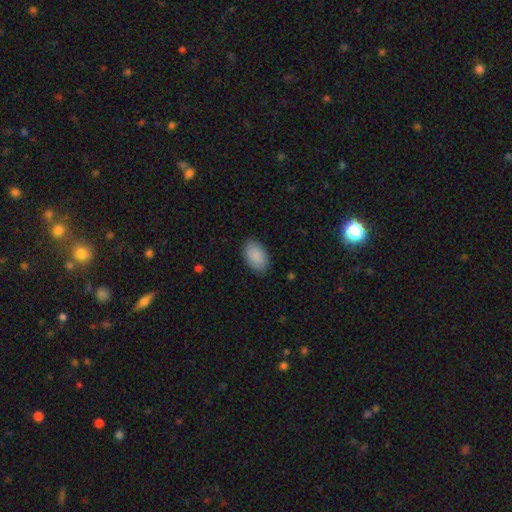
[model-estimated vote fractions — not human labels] A smooth galaxy with no disk features (89%) that is in between round and cigar-shaped (91%). Merging: none (85%).